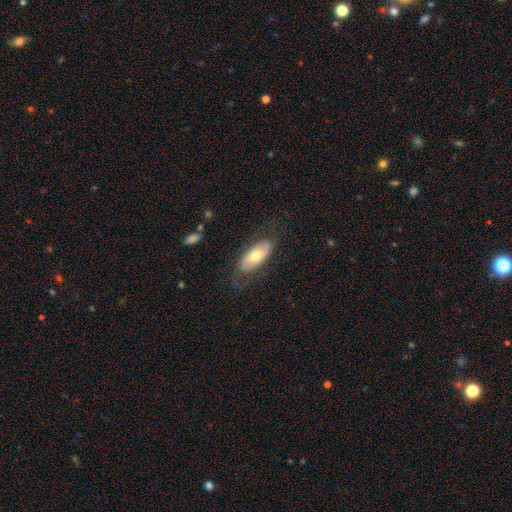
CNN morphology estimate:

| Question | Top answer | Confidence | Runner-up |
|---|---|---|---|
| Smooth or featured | smooth | 49% | featured or disk (45%) |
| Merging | none | 71% | minor disturbance (19%) |